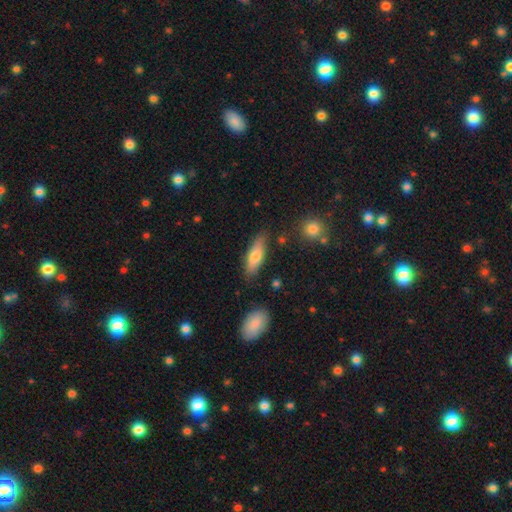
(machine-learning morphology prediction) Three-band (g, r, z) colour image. It shows a smooth galaxy with no disk features (71%) that is in between round and cigar-shaped (53%). Merging: none (79%).